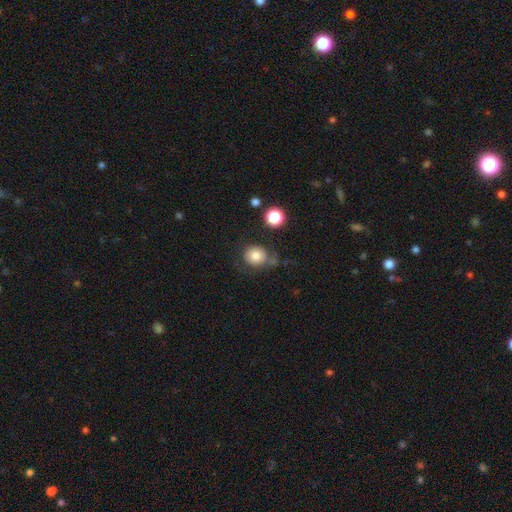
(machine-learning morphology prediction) This is likely a smooth galaxy (78%). How rounded: likely round (80%). Merging: likely none (61%).